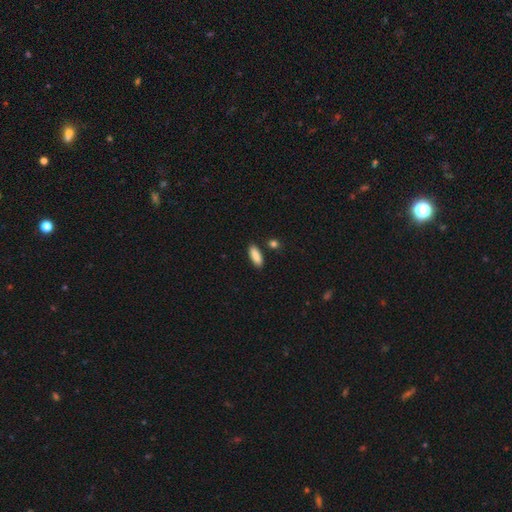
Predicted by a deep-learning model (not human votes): smooth 89%, star or artifact 6%, featured or disk 5%. Down the decision tree: how rounded — in between (70%); merging — none (86%).